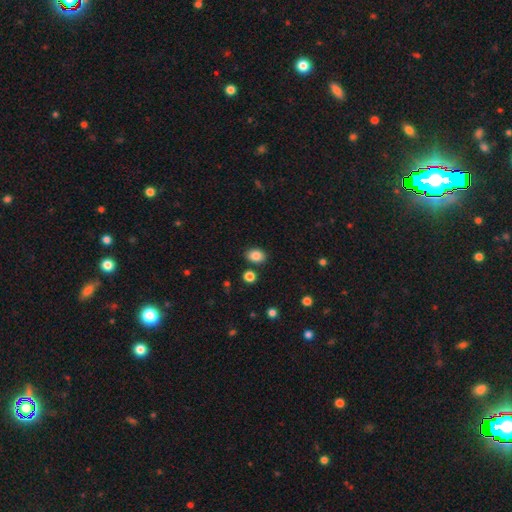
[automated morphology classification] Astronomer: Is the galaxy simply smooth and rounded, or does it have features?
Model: smooth — 85%.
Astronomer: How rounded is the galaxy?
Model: in between — 67%.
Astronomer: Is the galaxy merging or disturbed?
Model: none — 83%.